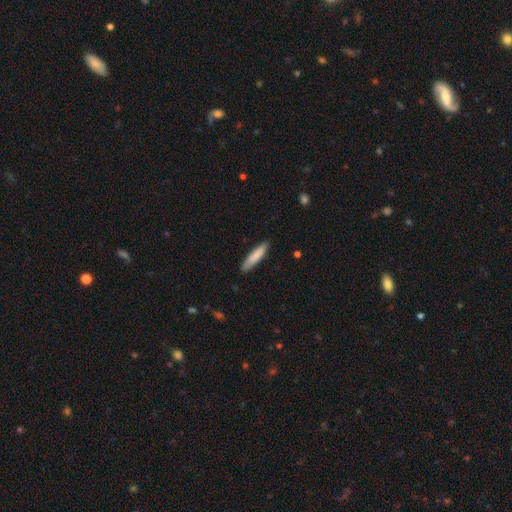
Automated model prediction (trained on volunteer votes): smooth_or_featured: smooth (p=0.82) [alt: featured or disk p=0.13]
how_rounded: cigar-shaped (p=0.83) [alt: in between p=0.16]
merging: none (p=0.85) [alt: minor disturbance p=0.12]